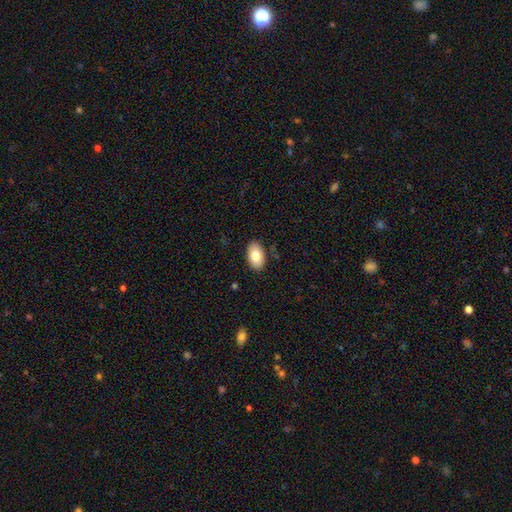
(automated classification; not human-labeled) This is likely a smooth galaxy (79%). How rounded: clearly in between (92%). Merging: clearly none (88%).